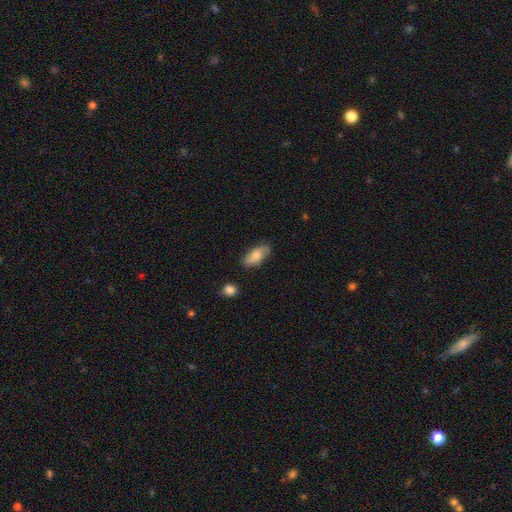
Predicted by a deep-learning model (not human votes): smooth_or_featured: smooth (p=0.78) [alt: featured or disk p=0.15]
how_rounded: in between (p=0.82) [alt: cigar-shaped p=0.15]
merging: none (p=0.78) [alt: minor disturbance p=0.17]